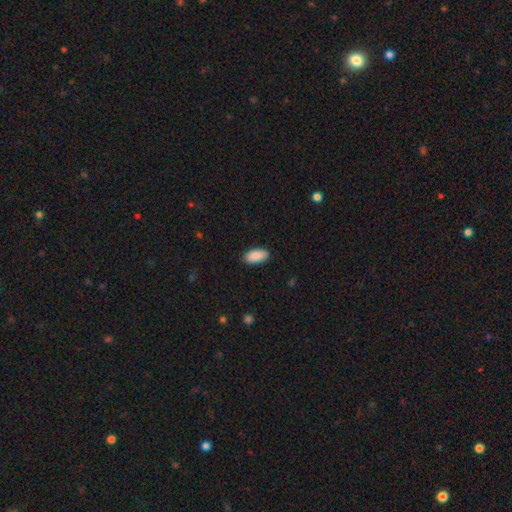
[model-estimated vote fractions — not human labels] The model was most divided on "merging": none: 88%, minor disturbance: 9%, major disturbance: 2%, merger: 1%. More confident: how rounded — in between (93%); smooth or featured — smooth (88%).